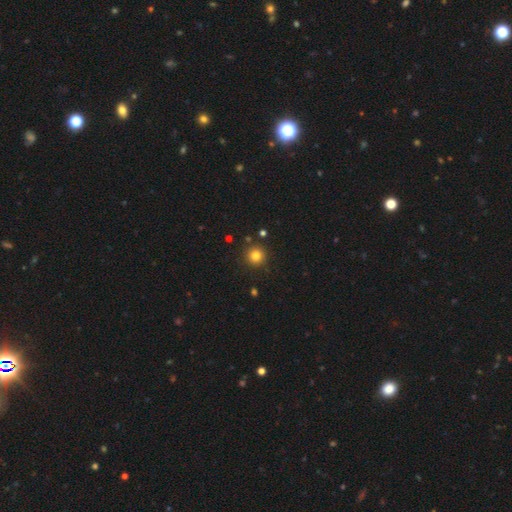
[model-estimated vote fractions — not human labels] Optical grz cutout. It shows a smooth galaxy with no disk features (81%) that is round (95%). Merging: none (90%).